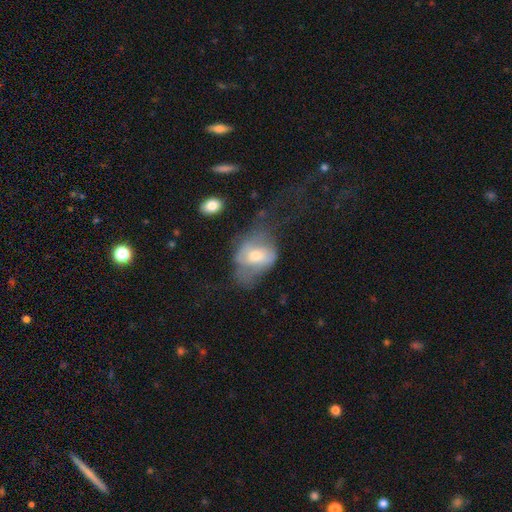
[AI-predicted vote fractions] Smooth or featured? featured or disk (48%)
Merging? major disturbance (40%)